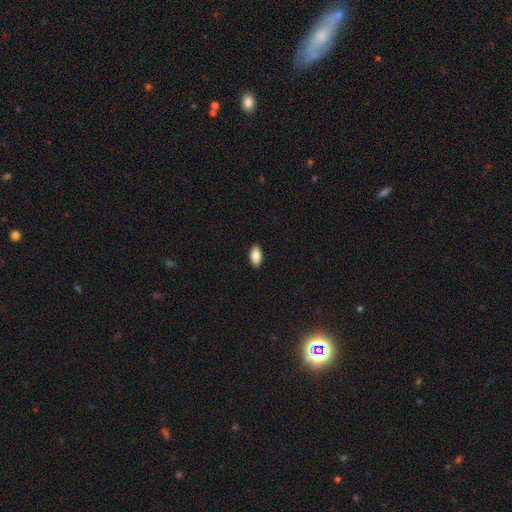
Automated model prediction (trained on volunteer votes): Morphology: type=smooth (85%); roundness=in between (92%); merging=none (89%).